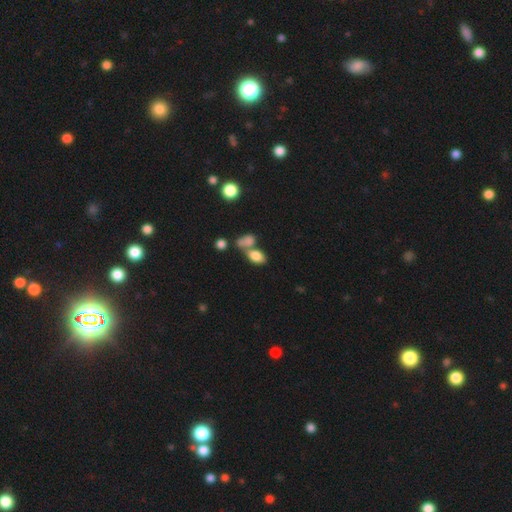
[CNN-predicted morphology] This is likely a smooth galaxy (80%). How rounded: clearly in between (88%). Merging: possibly merger (48%).